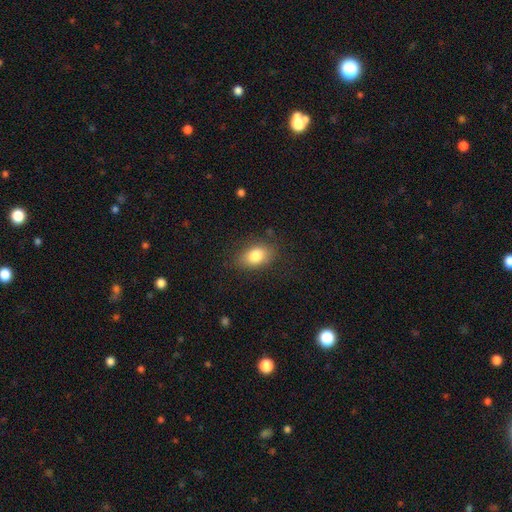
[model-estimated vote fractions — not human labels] This appears to be a smooth galaxy with no disk features (82%) that is in between round and cigar-shaped (85%). Merging: none (80%).